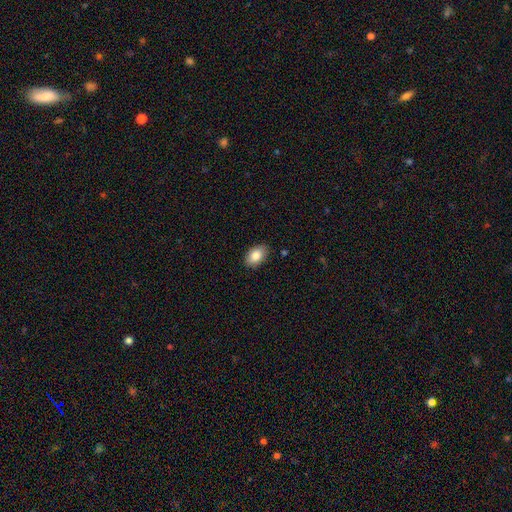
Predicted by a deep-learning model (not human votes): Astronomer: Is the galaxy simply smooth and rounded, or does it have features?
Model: smooth — 85%.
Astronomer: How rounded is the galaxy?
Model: in between — 89%.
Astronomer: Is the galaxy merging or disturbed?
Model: none — 87%.